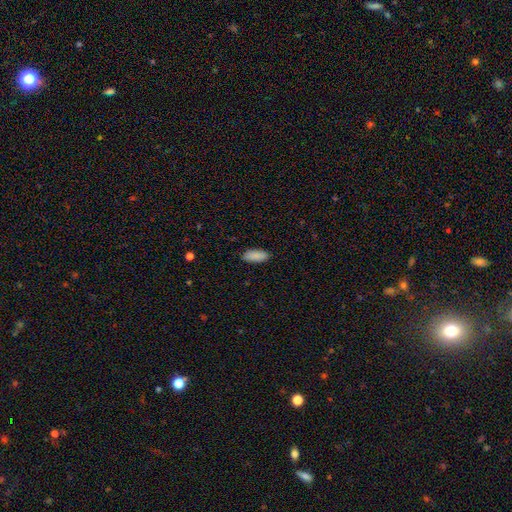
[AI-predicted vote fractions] A smooth galaxy with no disk features (90%) that is in between round and cigar-shaped (87%).

Vote fractions:
- Smooth or featured? smooth: 90% / star or artifact: 6% / featured or disk: 4%
- How rounded? in between: 87% / cigar-shaped: 11% / round: 2%
- Merging? none: 88% / minor disturbance: 9% / major disturbance: 2% / merger: 1%